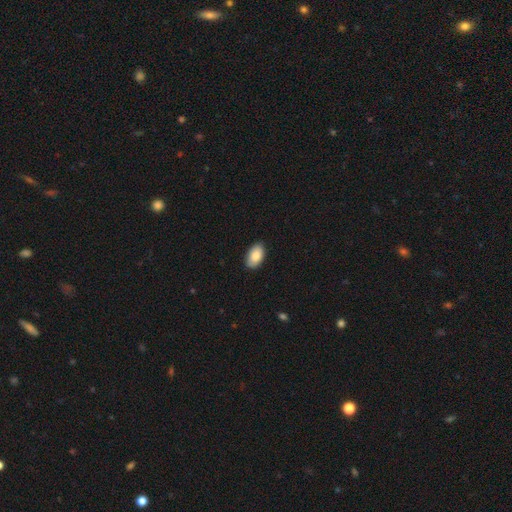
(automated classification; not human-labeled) Smooth or featured? Predicted: smooth (p=0.85). How rounded? Predicted: in between (p=0.94). Merging? Predicted: none (p=0.87).